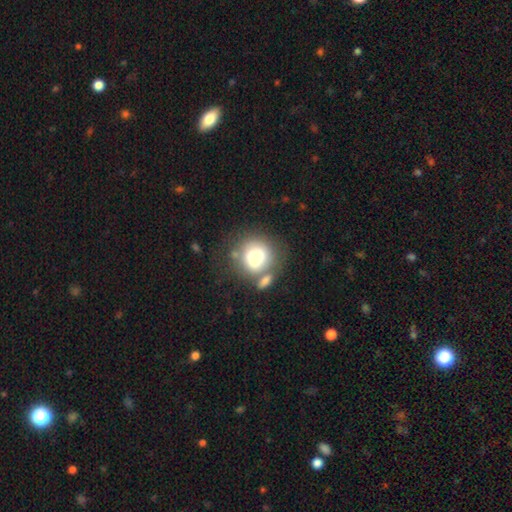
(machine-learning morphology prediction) smooth_or_featured: smooth (p=0.73) [alt: featured or disk p=0.17]
how_rounded: round (p=0.78) [alt: in between p=0.21]
merging: none (p=0.47) [alt: merger p=0.29]